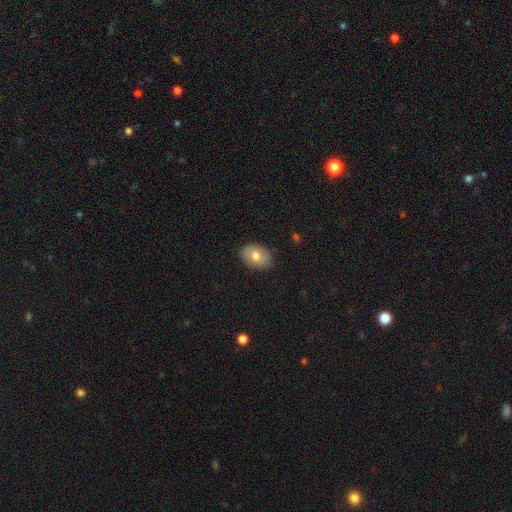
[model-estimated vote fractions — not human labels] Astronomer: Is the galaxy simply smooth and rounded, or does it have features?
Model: smooth — 74%.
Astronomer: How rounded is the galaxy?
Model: in between — 82%.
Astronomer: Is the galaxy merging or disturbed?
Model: none — 85%.